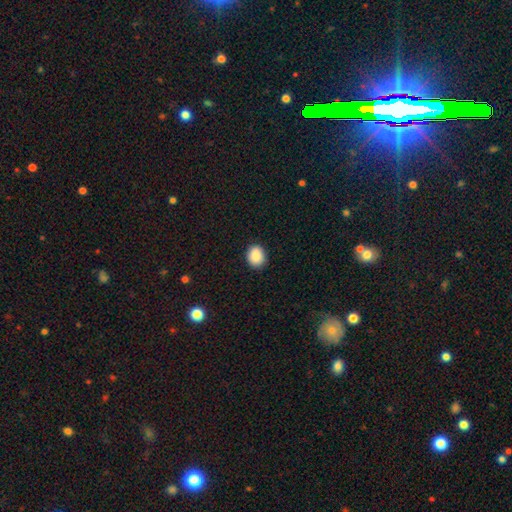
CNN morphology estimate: smooth 89%, star or artifact 8%, featured or disk 3%. Down the decision tree: how rounded — round (59%); merging — none (89%).